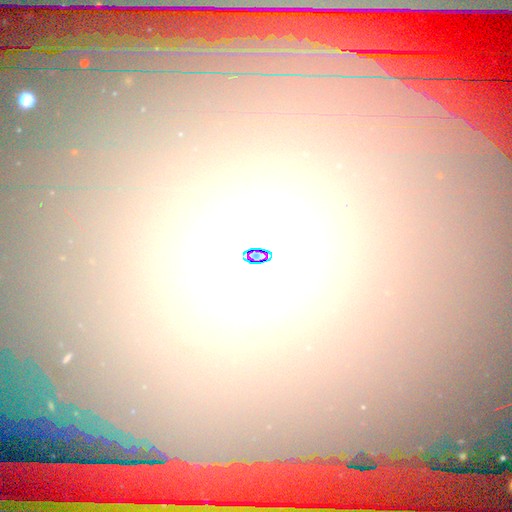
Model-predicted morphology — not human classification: smooth_or_featured: star or artifact (p=0.47) [alt: smooth p=0.31]